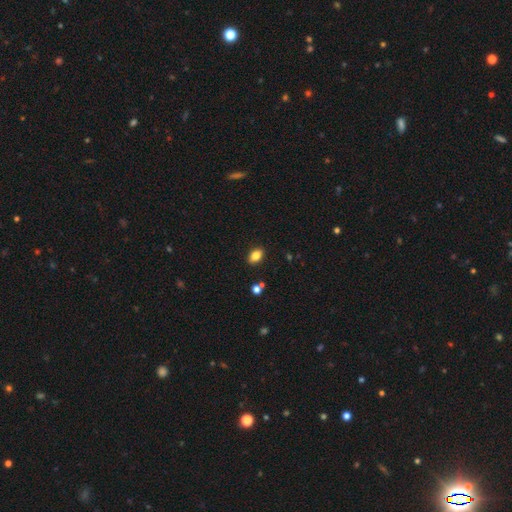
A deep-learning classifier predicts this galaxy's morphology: A smooth galaxy with no disk features (82%) that is in between round and cigar-shaped (85%).

Vote fractions:
- Smooth or featured? smooth: 82% / star or artifact: 10% / featured or disk: 8%
- How rounded? in between: 85% / round: 13% / cigar-shaped: 2%
- Merging? none: 87% / minor disturbance: 9% / merger: 2% / major disturbance: 2%